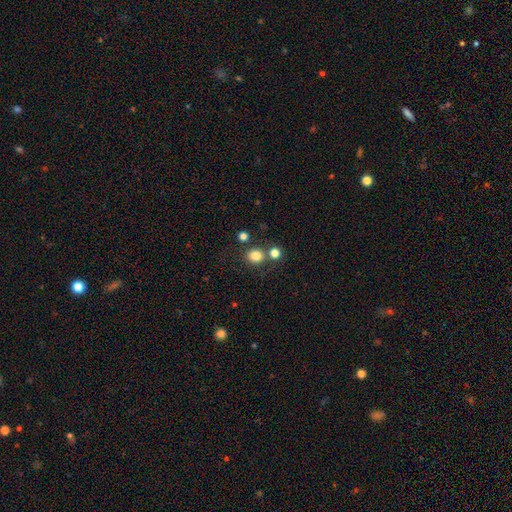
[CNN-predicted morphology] type=smooth (81%); roundness=round (79%); merging=none (72%).